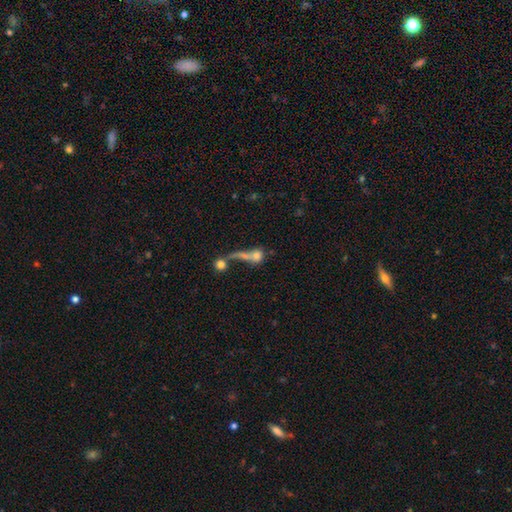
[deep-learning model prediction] Morphology: type=smooth (61%); roundness=round (52%); merging=merger (44%).